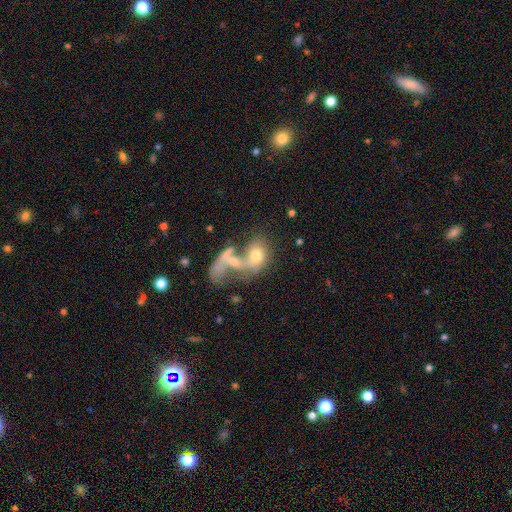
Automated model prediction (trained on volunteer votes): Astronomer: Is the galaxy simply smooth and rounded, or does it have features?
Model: smooth — 56% (runner-up: featured or disk, 34%).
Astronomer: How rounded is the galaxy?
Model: in between — 58% (runner-up: round, 38%).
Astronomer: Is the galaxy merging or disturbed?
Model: merger — 60%.